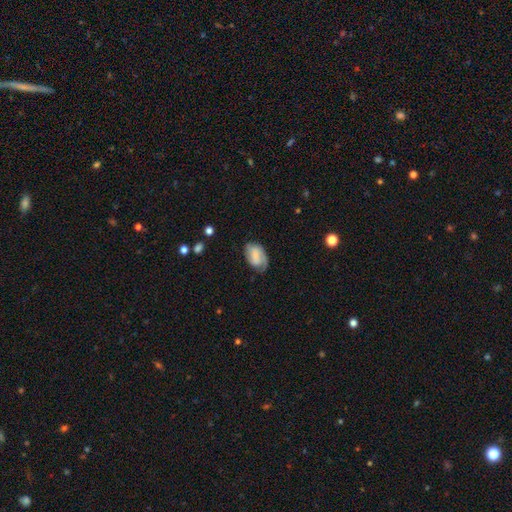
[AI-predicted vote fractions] Smooth or featured? smooth (47%)
Merging? none (58%)